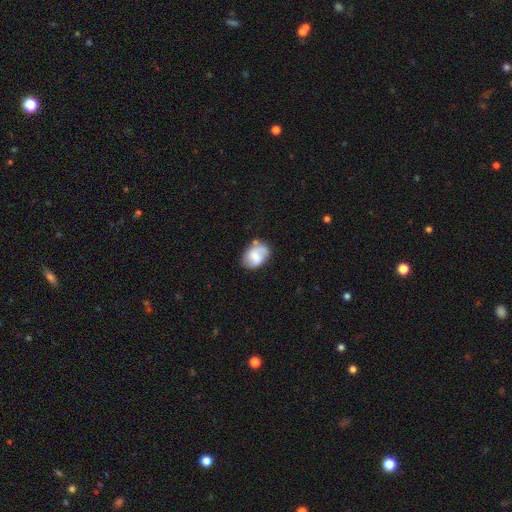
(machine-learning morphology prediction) Q: Smooth or featured?
A: smooth (53%); runner-up: featured or disk (39%)
Q: How rounded?
A: in between (76%); runner-up: round (23%)
Q: Merging?
A: none (58%); runner-up: minor disturbance (27%)